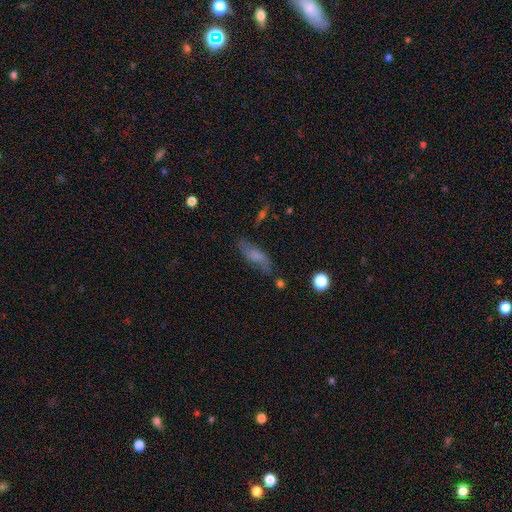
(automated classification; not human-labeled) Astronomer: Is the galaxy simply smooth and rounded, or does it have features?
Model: smooth — 54% (runner-up: featured or disk, 35%).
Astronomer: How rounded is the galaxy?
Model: in between — 57% (runner-up: cigar-shaped, 38%).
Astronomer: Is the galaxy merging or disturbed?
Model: none — 64%.